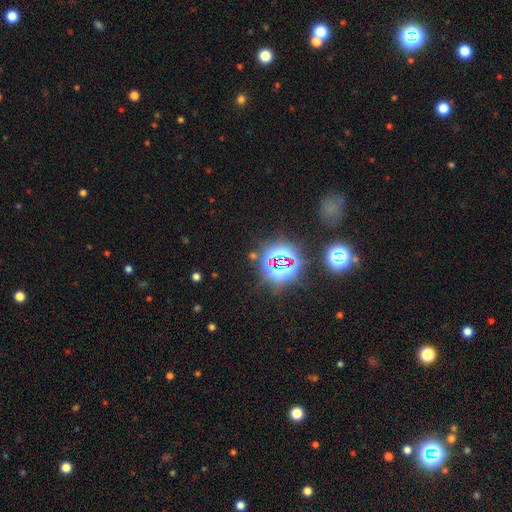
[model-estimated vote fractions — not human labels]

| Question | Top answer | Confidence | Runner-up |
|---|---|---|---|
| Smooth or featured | star or artifact | 78% | smooth (15%) |